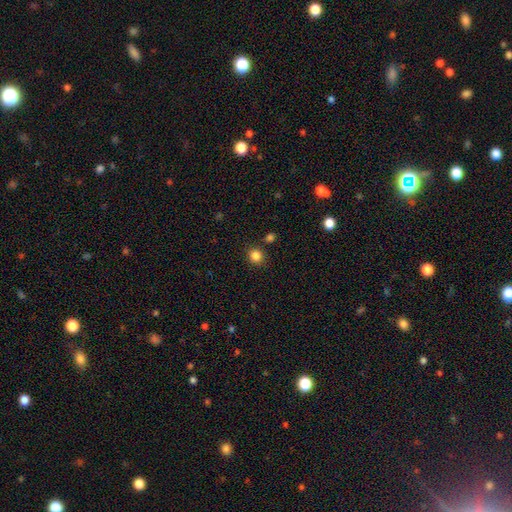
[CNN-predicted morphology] smooth-or-featured: smooth: 84% | star or artifact: 12% | featured or disk: 4%
  how-rounded: round: 84% | in between: 16% | cigar-shaped: 1%
  merging: none: 85% | minor disturbance: 8% | merger: 4% | major disturbance: 3%